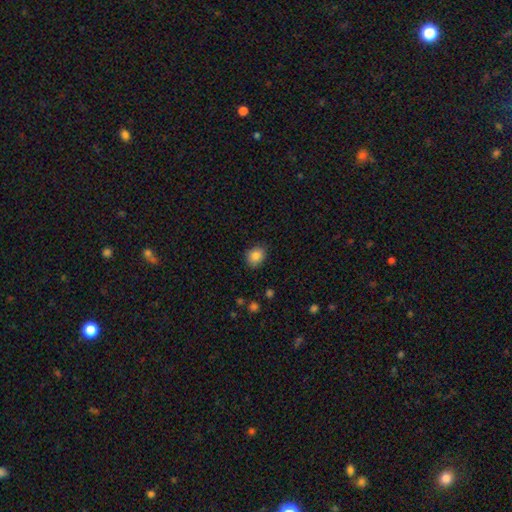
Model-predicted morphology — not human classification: Smooth or featured: smooth — 85% (star or artifact — 9%)
How rounded: round — 60% (in between — 40%)
Merging: none — 82% (minor disturbance — 14%)